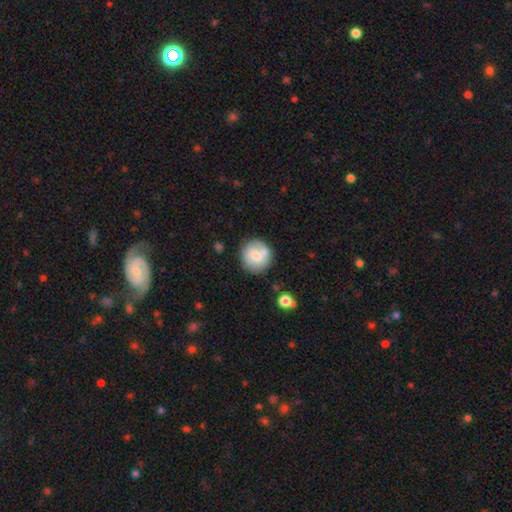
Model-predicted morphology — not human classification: smooth-or-featured: smooth: 70% | featured or disk: 23% | star or artifact: 8%
  how-rounded: round: 91% | in between: 8% | cigar-shaped: 1%
  merging: none: 67% | merger: 16% | minor disturbance: 13% | major disturbance: 4%